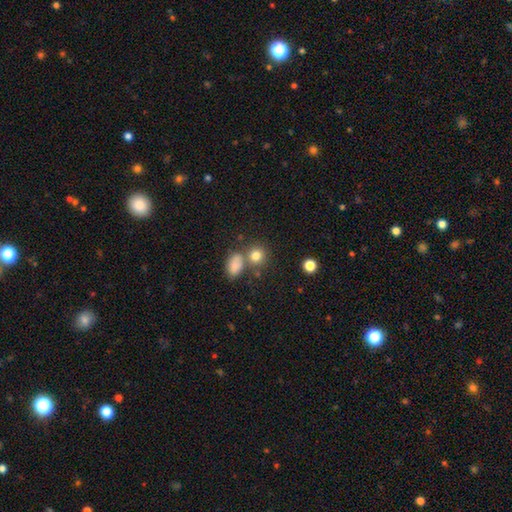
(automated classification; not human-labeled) smooth-or-featured: smooth: 81% | star or artifact: 12% | featured or disk: 8%
  how-rounded: round: 80% | in between: 19% | cigar-shaped: 1%
  merging: none: 63% | merger: 23% | minor disturbance: 10% | major disturbance: 4%